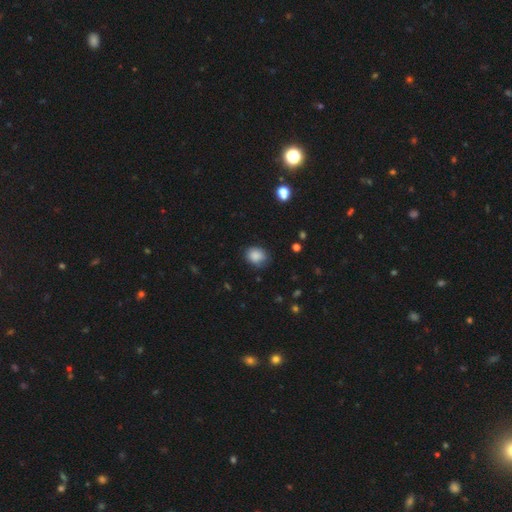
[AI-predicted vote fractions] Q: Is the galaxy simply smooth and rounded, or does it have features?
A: smooth — 85%.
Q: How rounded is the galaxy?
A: round — 56%.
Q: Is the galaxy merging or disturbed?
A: none — 68%.